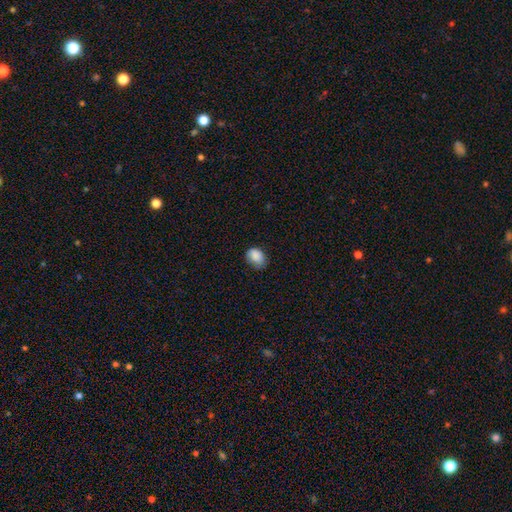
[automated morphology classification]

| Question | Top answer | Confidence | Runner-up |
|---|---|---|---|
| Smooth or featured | smooth | 87% | star or artifact (8%) |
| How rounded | in between | 69% | round (30%) |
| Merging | none | 66% | minor disturbance (28%) |